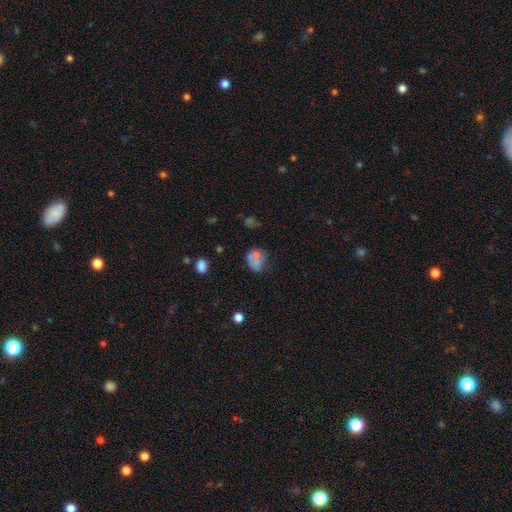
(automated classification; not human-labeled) smooth_or_featured: smooth (p=0.62) [alt: featured or disk p=0.22]
how_rounded: round (p=0.64) [alt: in between p=0.35]
merging: none (p=0.42) [alt: minor disturbance p=0.23]